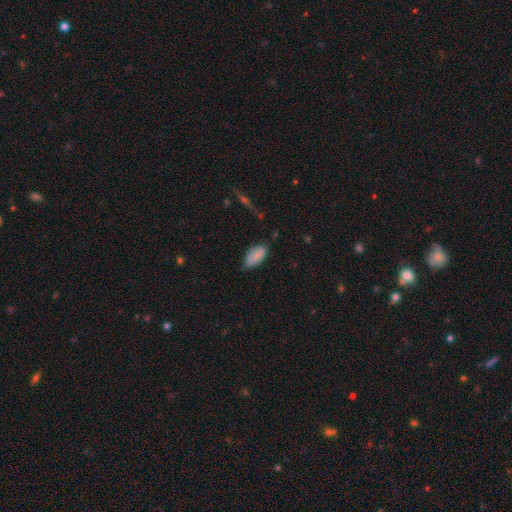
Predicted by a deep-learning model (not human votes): smooth-or-featured: smooth: 85% | featured or disk: 8% | star or artifact: 7%
  how-rounded: in between: 91% | cigar-shaped: 7% | round: 2%
  merging: none: 70% | minor disturbance: 23% | major disturbance: 4% | merger: 2%